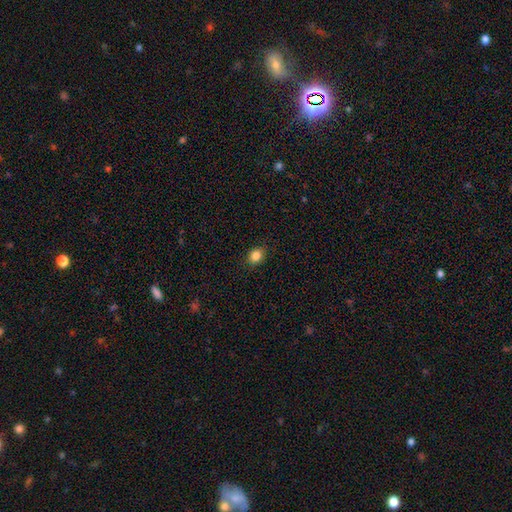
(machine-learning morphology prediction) Overall: smooth (85%). How rounded: round (57%; in between 42%). Merging: none (88%).